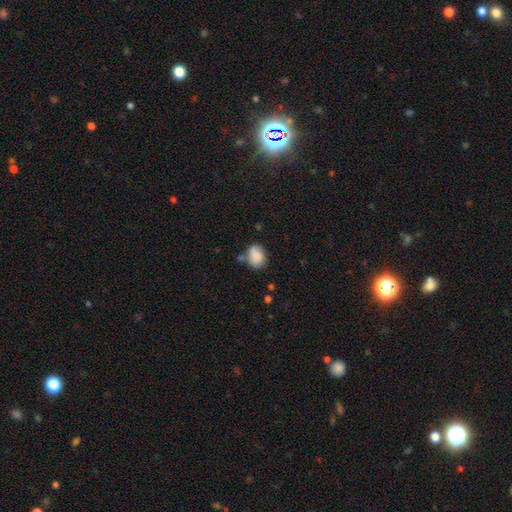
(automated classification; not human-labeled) Smooth or featured: smooth — 83% (featured or disk — 9%)
How rounded: in between — 65% (round — 34%)
Merging: none — 57% (minor disturbance — 23%)